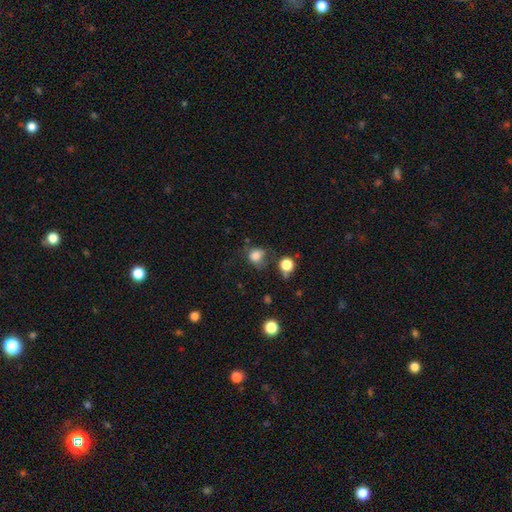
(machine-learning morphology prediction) smooth-or-featured: smooth: 78% | star or artifact: 12% | featured or disk: 9%
  how-rounded: round: 71% | in between: 28% | cigar-shaped: 1%
  merging: none: 53% | minor disturbance: 25% | major disturbance: 13% | merger: 8%